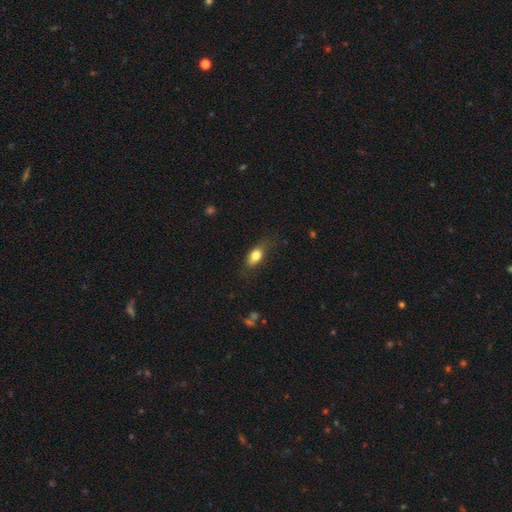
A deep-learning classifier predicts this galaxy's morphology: smooth_or_featured: smooth (p=0.80) [alt: featured or disk p=0.12]
how_rounded: in between (p=0.83) [alt: round p=0.10]
merging: none (p=0.68) [alt: minor disturbance p=0.23]